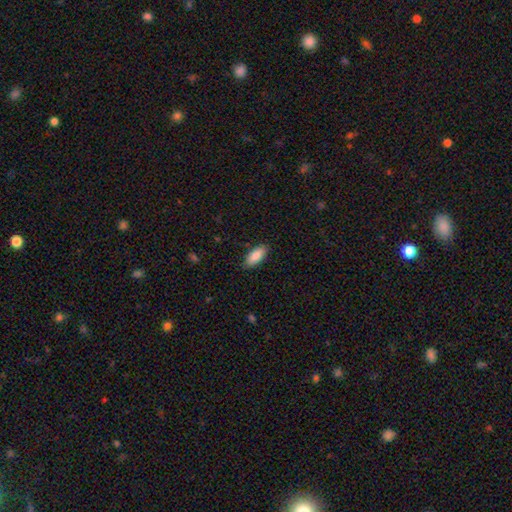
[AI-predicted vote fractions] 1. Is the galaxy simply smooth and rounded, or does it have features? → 87% smooth, 7% featured or disk, 6% star or artifact.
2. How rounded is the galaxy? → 81% in between, 17% cigar-shaped, 2% round.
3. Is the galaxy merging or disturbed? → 86% none, 11% minor disturbance, 2% major disturbance, 1% merger.